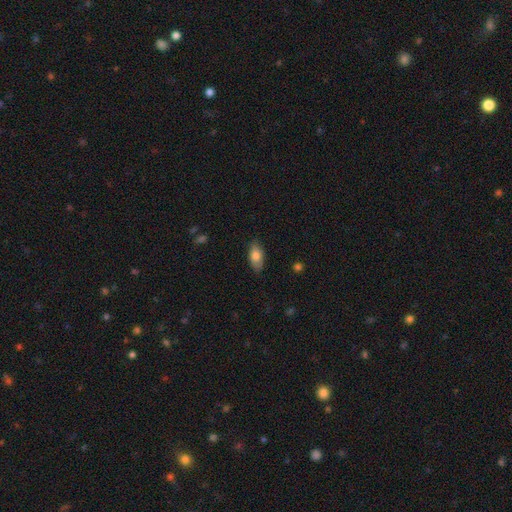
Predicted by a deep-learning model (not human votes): The model was most divided on "smooth or featured": smooth: 78%, featured or disk: 15%, star or artifact: 7%. More confident: how rounded — in between (88%); merging — none (83%).